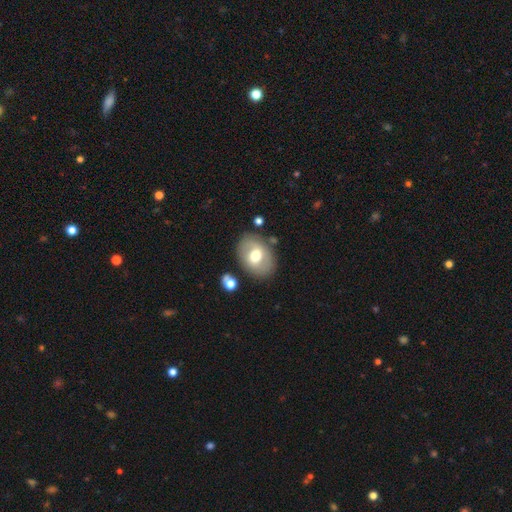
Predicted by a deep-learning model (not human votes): Q: Smooth or featured?
A: smooth (57%); runner-up: featured or disk (36%)
Q: How rounded?
A: in between (70%); runner-up: round (29%)
Q: Merging?
A: none (79%); runner-up: minor disturbance (13%)